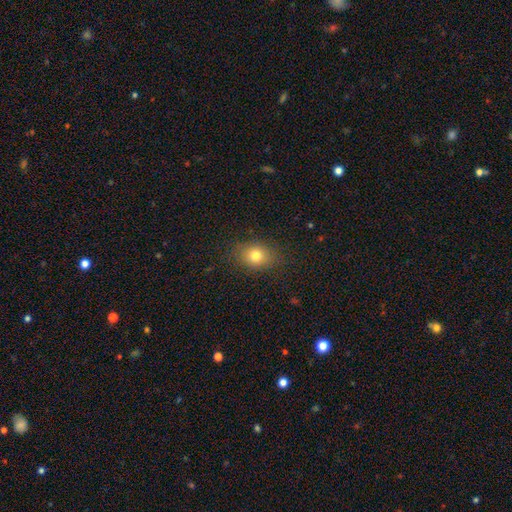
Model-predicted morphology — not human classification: Smooth or featured?
  - smooth: 77% *
  - star or artifact: 12%
  - featured or disk: 10%
How rounded?
  - in between: 55% *
  - round: 44%
  - cigar-shaped: 1%
Merging?
  - none: 84% *
  - minor disturbance: 11%
  - major disturbance: 4%
  - merger: 1%